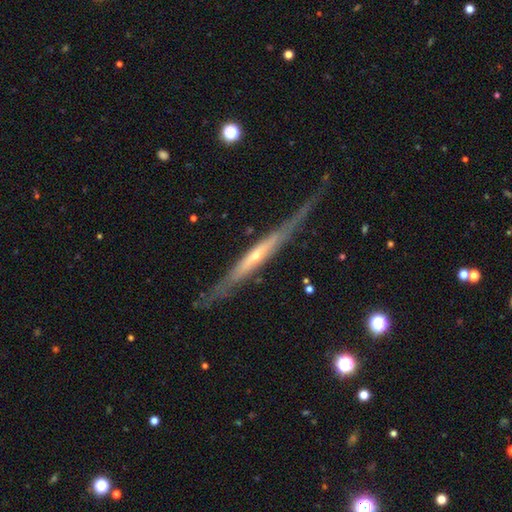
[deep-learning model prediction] This is likely a featured or disk galaxy (76%). It is clearly viewed edge-on (91%). Edge-on bulge: possibly rounded (57%). Merging: likely none (70%).